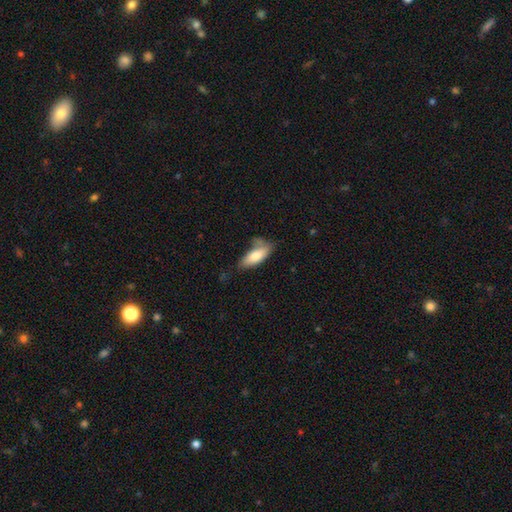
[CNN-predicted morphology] The model was most divided on "merging": none: 47%, minor disturbance: 31%, major disturbance: 12%, merger: 10%. More confident: smooth or featured — smooth (77%); how rounded — in between (74%).